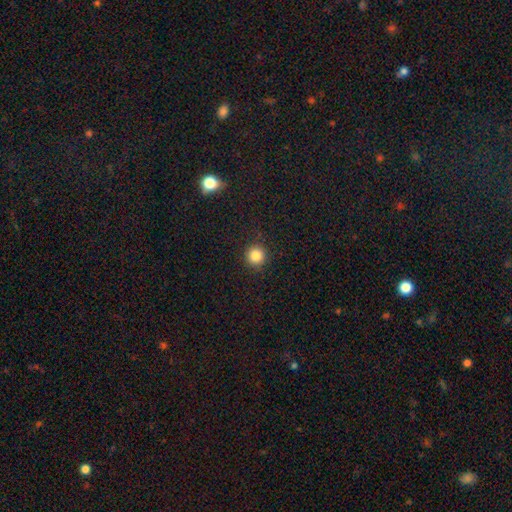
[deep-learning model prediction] This appears to be a smooth galaxy with no disk features (84%) that is round (95%). Merging: none (92%).